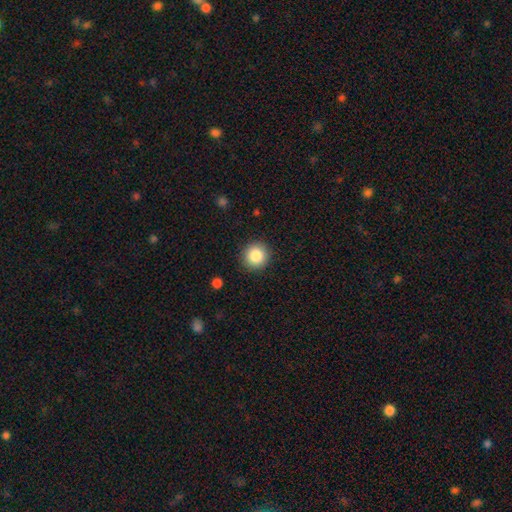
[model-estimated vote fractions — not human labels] A smooth galaxy with no disk features (85%) that is round (93%). Merging: none (91%).